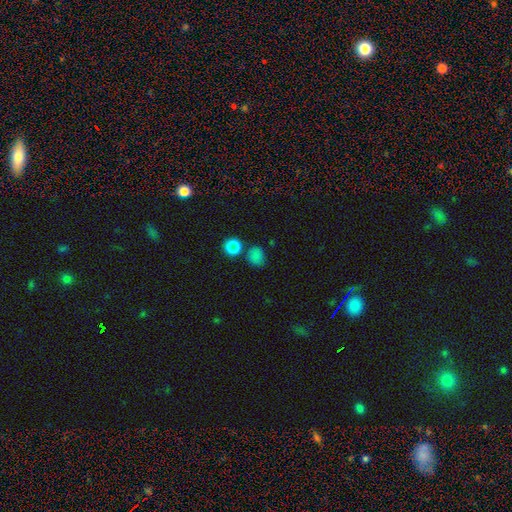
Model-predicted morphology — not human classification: Smooth or featured? smooth (80%)
How rounded? round (70%)
Merging? none (71%)